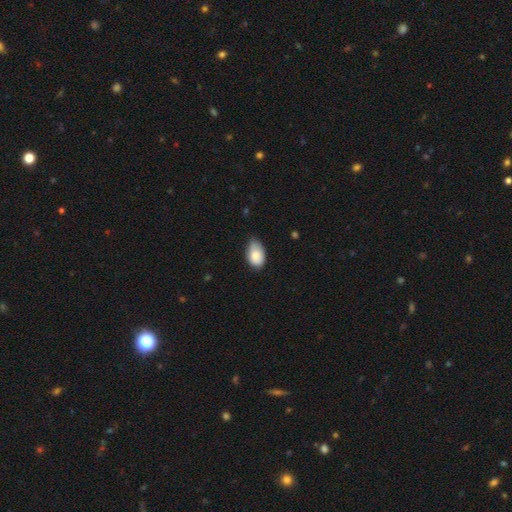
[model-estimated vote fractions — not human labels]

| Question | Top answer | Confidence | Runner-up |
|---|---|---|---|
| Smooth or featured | smooth | 82% | featured or disk (11%) |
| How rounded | in between | 91% | round (7%) |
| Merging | none | 53% | minor disturbance (40%) |